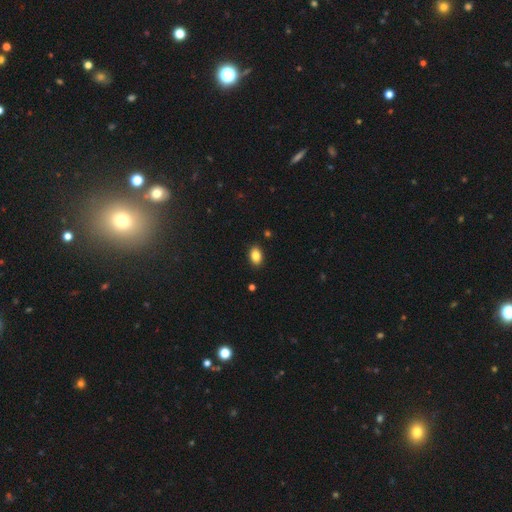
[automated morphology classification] This appears to be a smooth galaxy with no disk features (86%) that is in between round and cigar-shaped (86%). Merging: none (89%).